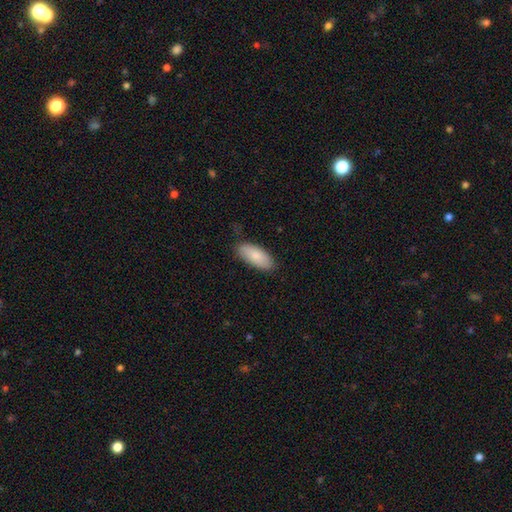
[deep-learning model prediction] smooth_or_featured: smooth (p=0.84) [alt: featured or disk p=0.10]
how_rounded: in between (p=0.86) [alt: cigar-shaped p=0.13]
merging: none (p=0.83) [alt: minor disturbance p=0.13]